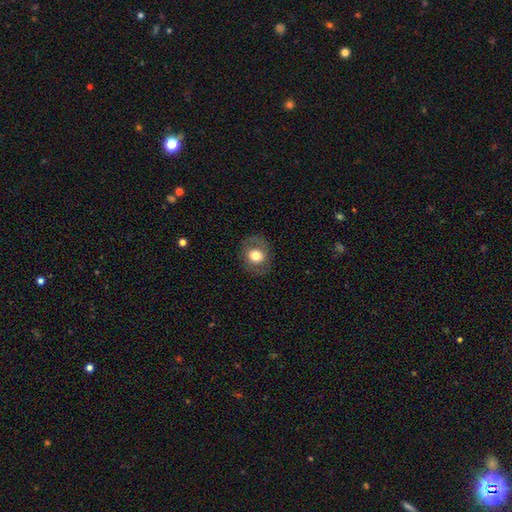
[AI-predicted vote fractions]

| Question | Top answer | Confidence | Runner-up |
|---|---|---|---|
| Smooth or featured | smooth | 67% | featured or disk (25%) |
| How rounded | round | 64% | in between (35%) |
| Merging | none | 81% | minor disturbance (12%) |